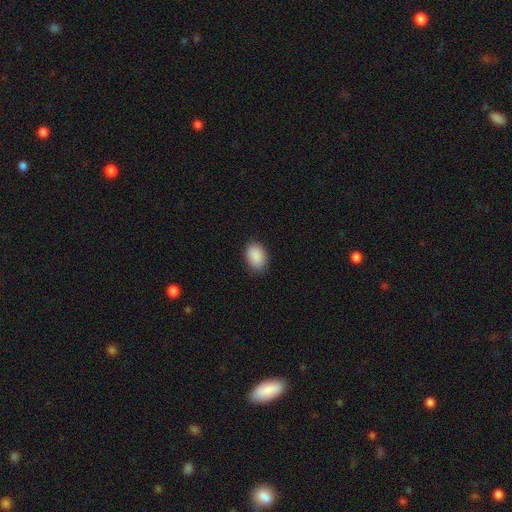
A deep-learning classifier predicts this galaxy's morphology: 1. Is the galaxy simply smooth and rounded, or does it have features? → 90% smooth, 7% star or artifact, 3% featured or disk.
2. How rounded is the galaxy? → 86% in between, 13% round, 1% cigar-shaped.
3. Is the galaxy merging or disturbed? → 84% none, 12% minor disturbance, 3% major disturbance, 1% merger.